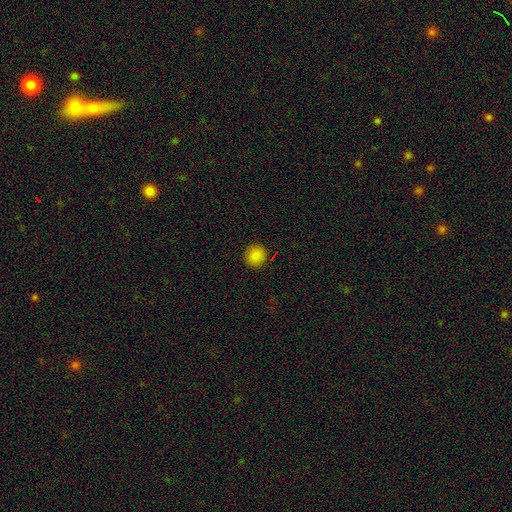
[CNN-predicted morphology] smooth-or-featured: smooth: 86% | star or artifact: 11% | featured or disk: 3%
  how-rounded: round: 92% | in between: 7% | cigar-shaped: 1%
  merging: none: 92% | minor disturbance: 6% | major disturbance: 2% | merger: 1%